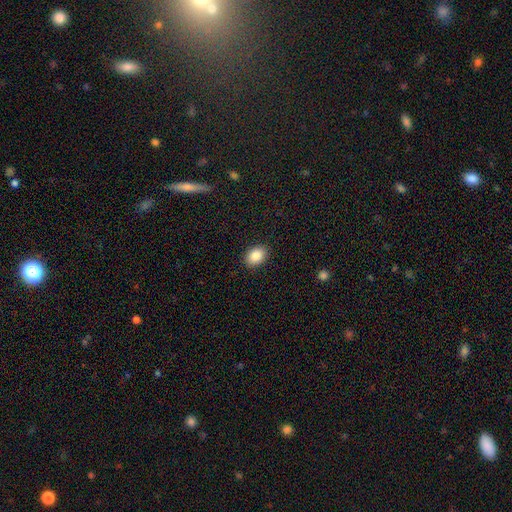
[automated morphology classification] smooth 86%, star or artifact 8%, featured or disk 5%. Down the decision tree: how rounded — in between (76%); merging — none (90%).